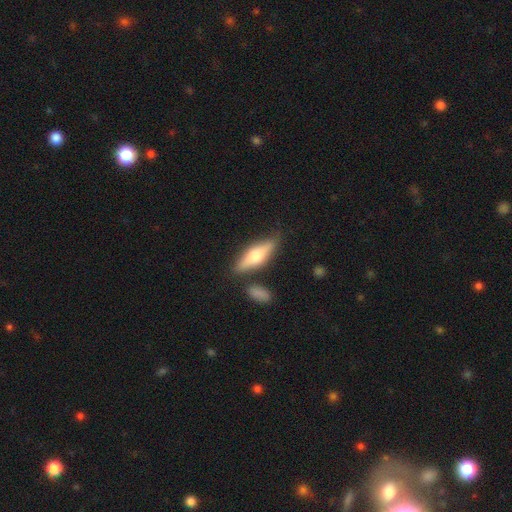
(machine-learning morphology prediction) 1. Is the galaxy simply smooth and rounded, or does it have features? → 49% featured or disk, 45% smooth, 6% star or artifact.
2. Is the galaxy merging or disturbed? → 78% none, 13% minor disturbance, 6% merger, 3% major disturbance.